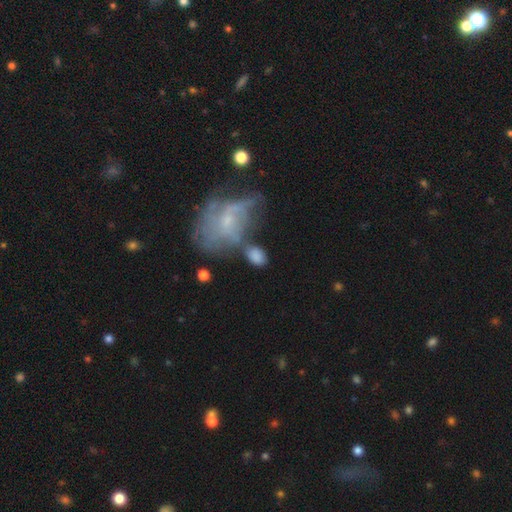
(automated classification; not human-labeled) Smooth or featured: smooth — 75% (featured or disk — 17%)
How rounded: in between — 78% (round — 20%)
Merging: none — 44% (merger — 23%)